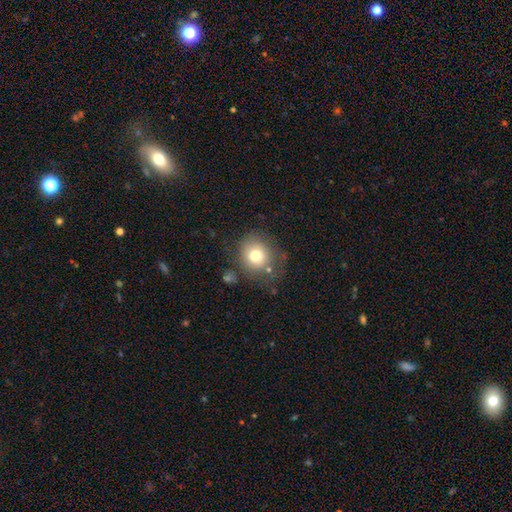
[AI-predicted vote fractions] smooth 74%, featured or disk 15%, star or artifact 11%. Down the decision tree: how rounded — round (81%); merging — none (66%).